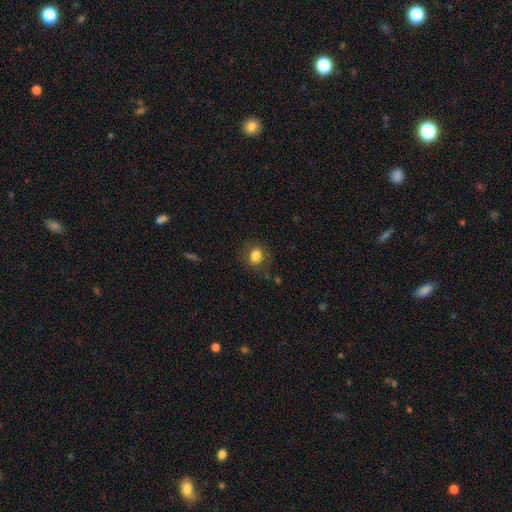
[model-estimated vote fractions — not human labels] Smooth or featured? smooth (82%)
How rounded? round (54%)
Merging? none (80%)